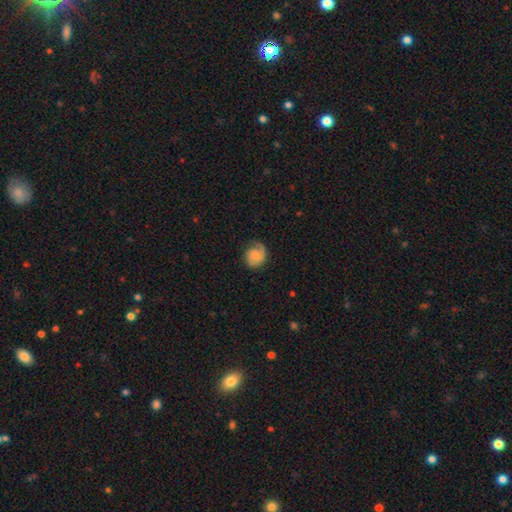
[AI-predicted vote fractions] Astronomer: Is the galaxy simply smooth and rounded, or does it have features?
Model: smooth — 49% (runner-up: featured or disk, 43%).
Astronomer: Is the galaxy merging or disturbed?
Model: none — 60%.